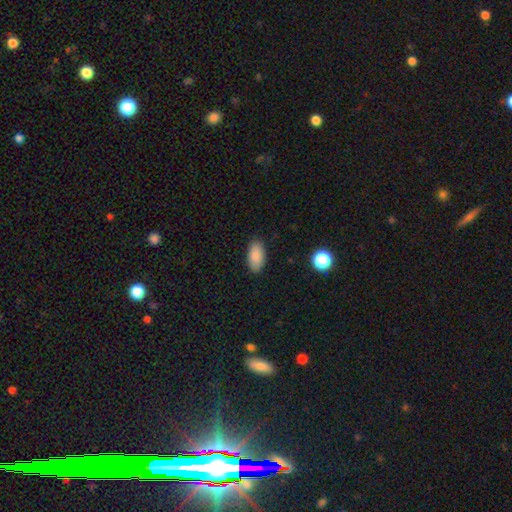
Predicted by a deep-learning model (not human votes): smooth 88%, star or artifact 7%, featured or disk 5%. Down the decision tree: how rounded — in between (94%); merging — none (87%).